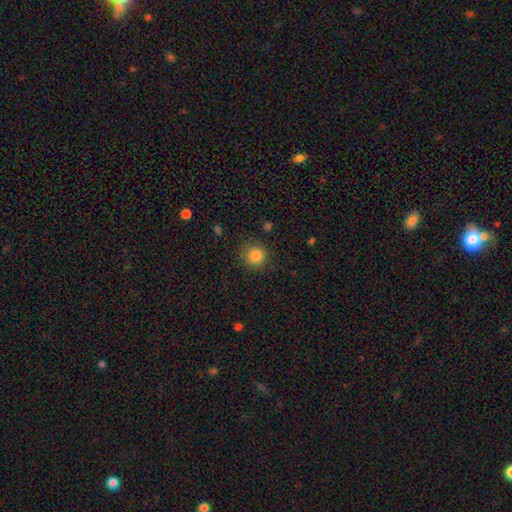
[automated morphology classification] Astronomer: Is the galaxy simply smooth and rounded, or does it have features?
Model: smooth — 85%.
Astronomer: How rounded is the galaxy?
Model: round — 93%.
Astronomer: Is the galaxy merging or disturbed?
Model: none — 87%.